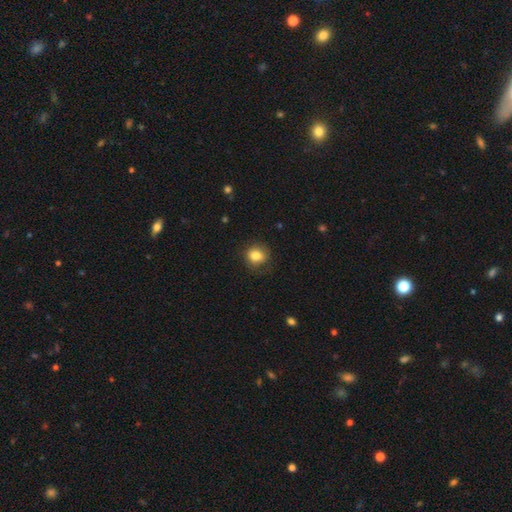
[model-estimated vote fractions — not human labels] Morphology: type=smooth (84%); roundness=round (70%); merging=none (77%).